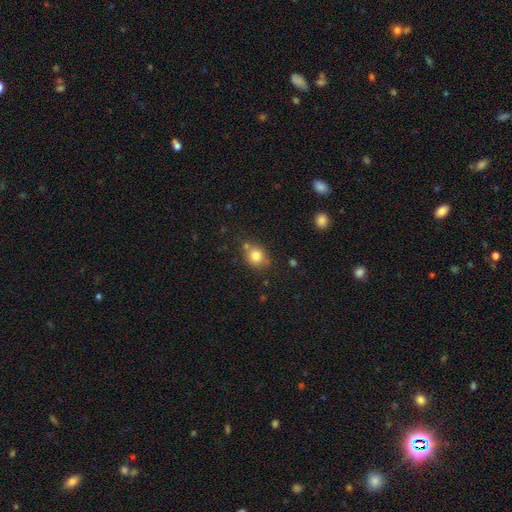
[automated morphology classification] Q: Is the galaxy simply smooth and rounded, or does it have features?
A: smooth — 81%.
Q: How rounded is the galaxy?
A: round — 73%.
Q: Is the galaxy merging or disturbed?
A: none — 68%.